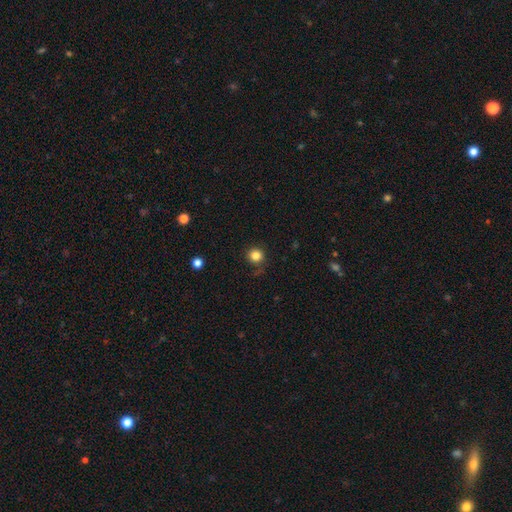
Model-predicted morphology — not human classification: smooth 84%, star or artifact 12%, featured or disk 4%. Down the decision tree: how rounded — round (93%); merging — none (84%).